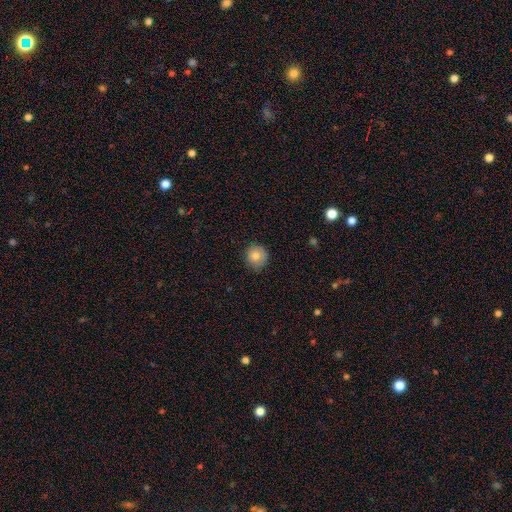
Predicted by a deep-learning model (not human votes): smooth-or-featured: smooth: 80% | featured or disk: 10% | star or artifact: 9%
  how-rounded: round: 92% | in between: 7% | cigar-shaped: 1%
  merging: none: 84% | minor disturbance: 12% | major disturbance: 2% | merger: 1%